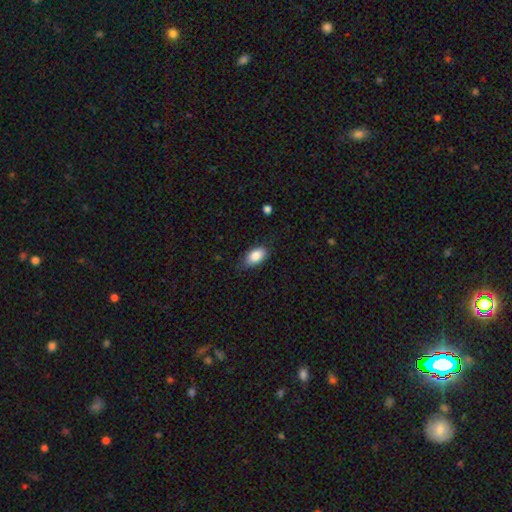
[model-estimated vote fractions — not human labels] A smooth galaxy with no disk features (86%) that is in between round and cigar-shaped (92%).

Vote fractions:
- Smooth or featured? smooth: 86% / star or artifact: 7% / featured or disk: 7%
- How rounded? in between: 92% / round: 6% / cigar-shaped: 3%
- Merging? none: 74% / minor disturbance: 21% / major disturbance: 4% / merger: 1%